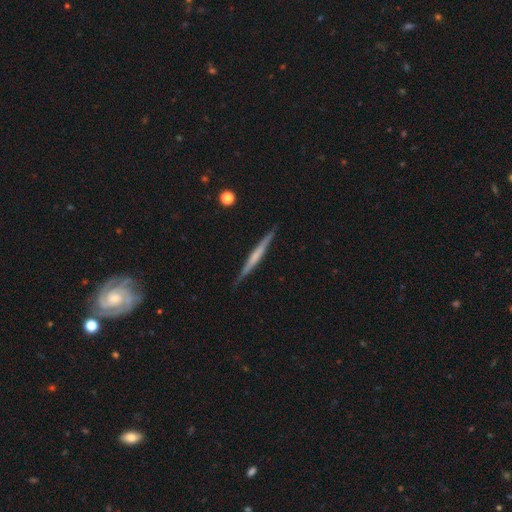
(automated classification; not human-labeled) The model was most divided on "smooth or featured": featured or disk: 58%, smooth: 36%, star or artifact: 5%. More confident: edge-on disk — yes (98%); merging — none (89%); edge-on bulge — none (69%).